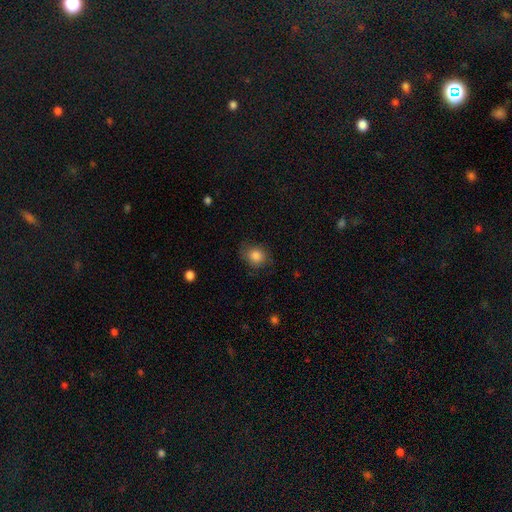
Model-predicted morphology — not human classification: Q: Smooth or featured?
A: smooth (85%); runner-up: star or artifact (8%)
Q: How rounded?
A: round (68%); runner-up: in between (31%)
Q: Merging?
A: none (74%); runner-up: minor disturbance (19%)